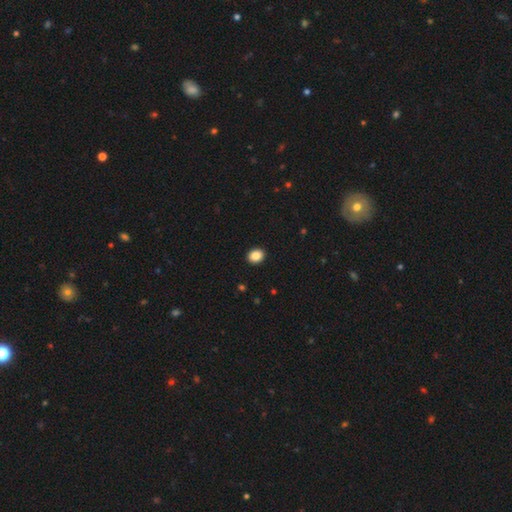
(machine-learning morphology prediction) This appears to be a smooth galaxy with no disk features (87%) that is round (54%). Merging: none (92%).